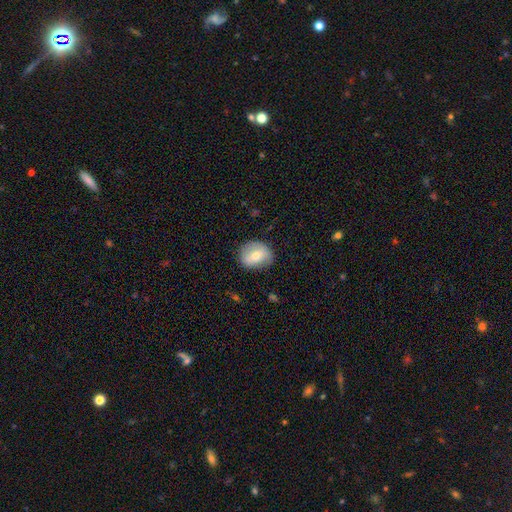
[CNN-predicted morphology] Smooth or featured: smooth — 66% (featured or disk — 26%)
How rounded: round — 54% (in between — 45%)
Merging: none — 76% (minor disturbance — 18%)